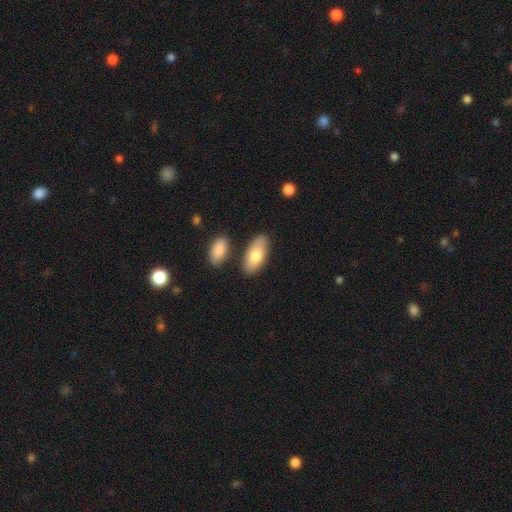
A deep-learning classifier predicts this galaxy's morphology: The model was most divided on "smooth or featured": smooth: 78%, featured or disk: 17%, star or artifact: 5%. More confident: how rounded — in between (91%); merging — none (79%).